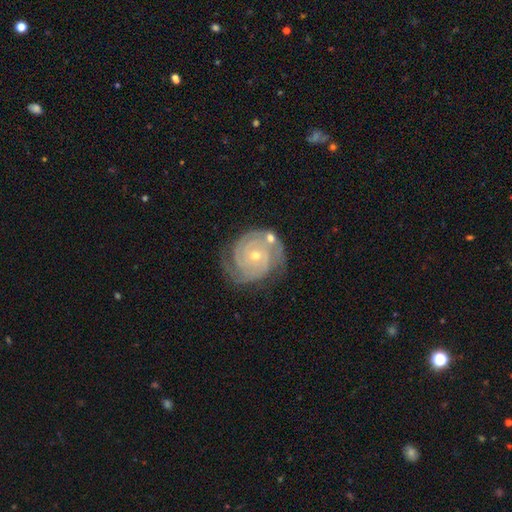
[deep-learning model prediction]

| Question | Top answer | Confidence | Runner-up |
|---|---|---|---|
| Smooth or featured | featured or disk | 91% | star or artifact (5%) |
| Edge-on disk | no | 98% | yes (2%) |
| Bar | no | 74% | weak (20%) |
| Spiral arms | yes | 98% | no (2%) |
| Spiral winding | tight | 82% | medium (15%) |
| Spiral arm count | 2 | 36% | 3 (32%) |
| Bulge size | small | 65% | moderate (32%) |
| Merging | none | 71% | minor disturbance (16%) |